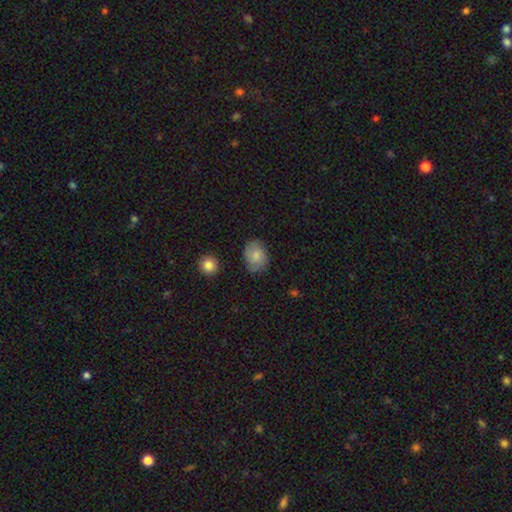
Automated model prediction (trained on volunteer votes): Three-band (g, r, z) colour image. It shows a smooth galaxy with no disk features (64%) that is in between round and cigar-shaped (64%). Merging: none (77%).